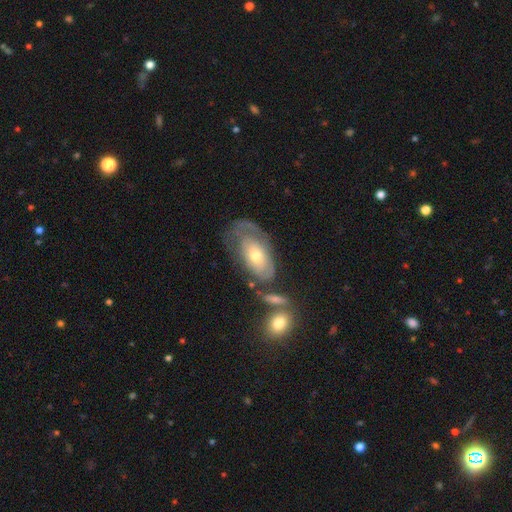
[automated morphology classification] This appears to be a featured or disk galaxy (58%) with no bar (84%), spiral arms (56%) and a moderate central bulge (56%). Merging: none (42%).